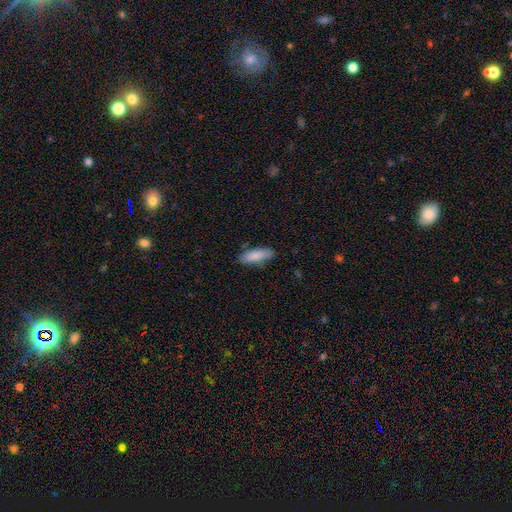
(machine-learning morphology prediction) A smooth galaxy with no disk features (86%) that is in between round and cigar-shaped (61%). Merging: none (80%).